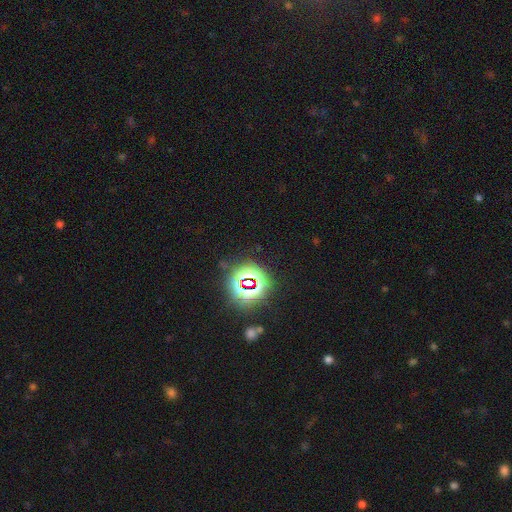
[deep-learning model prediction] Q: Smooth or featured?
A: star or artifact (78%); runner-up: smooth (14%)